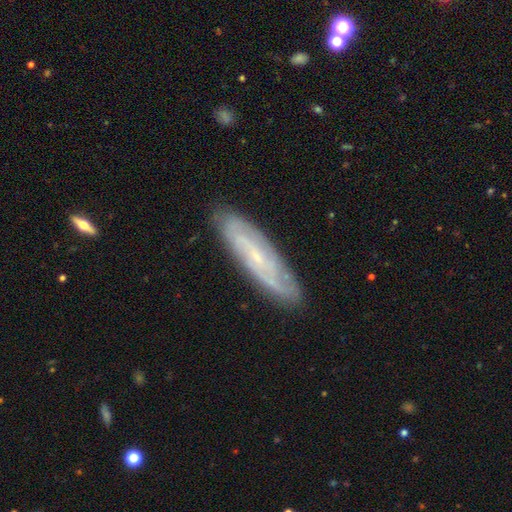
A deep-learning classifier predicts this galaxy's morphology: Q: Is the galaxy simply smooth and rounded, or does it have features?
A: featured or disk — 75%.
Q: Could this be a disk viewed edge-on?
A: no — 79%.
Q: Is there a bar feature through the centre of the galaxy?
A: no — 51%.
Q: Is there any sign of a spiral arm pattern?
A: yes — 92%.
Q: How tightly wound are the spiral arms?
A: tight — 50%.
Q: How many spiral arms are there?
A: can't tell — 37%.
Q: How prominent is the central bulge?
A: small — 77%.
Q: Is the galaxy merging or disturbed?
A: none — 82%.